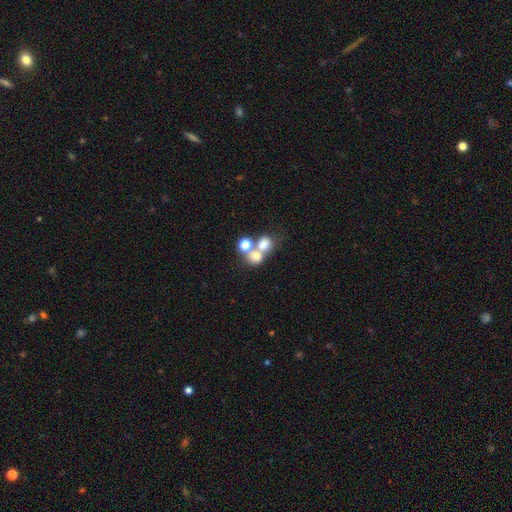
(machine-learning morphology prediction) smooth-or-featured: smooth: 67% | featured or disk: 18% | star or artifact: 15%
  how-rounded: round: 76% | in between: 23% | cigar-shaped: 1%
  merging: merger: 56% | none: 33% | minor disturbance: 6% | major disturbance: 5%